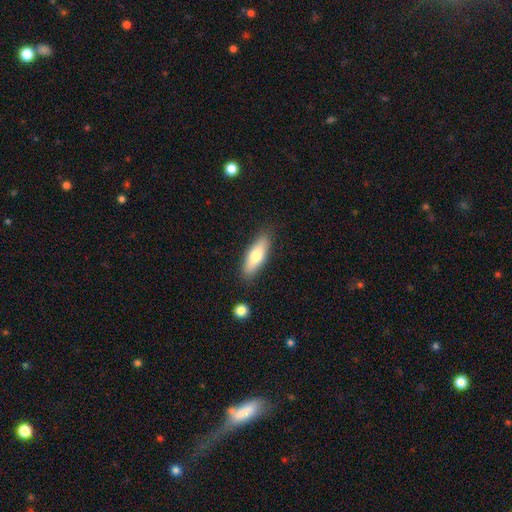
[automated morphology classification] Smooth or featured: smooth — 67% (featured or disk — 27%)
How rounded: in between — 55% (cigar-shaped — 42%)
Merging: none — 83% (minor disturbance — 11%)